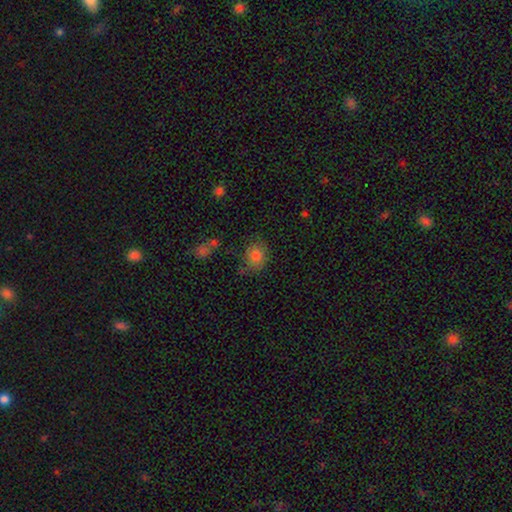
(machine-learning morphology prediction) Smooth or featured? Predicted: smooth (p=0.81). How rounded? Predicted: round (p=0.52). Merging? Predicted: none (p=0.63).